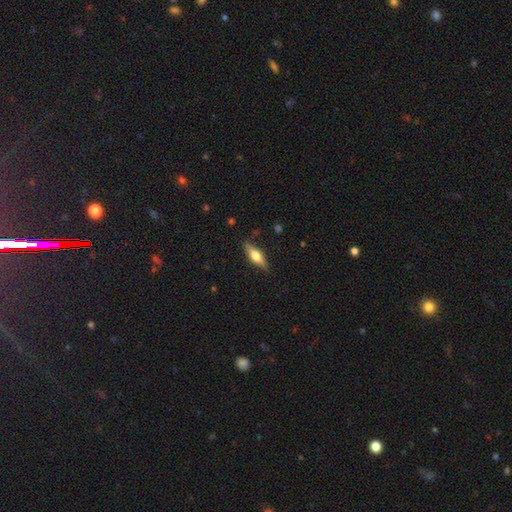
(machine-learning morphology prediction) Smooth or featured? featured or disk (52%)
Edge-on disk? yes (94%)
Merging? none (85%)